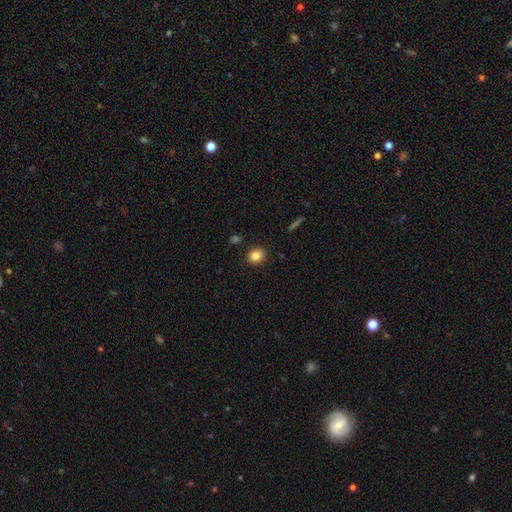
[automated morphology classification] The model was most divided on "how rounded": round: 78%, in between: 21%, cigar-shaped: 1%. More confident: merging — none (90%); smooth or featured — smooth (85%).